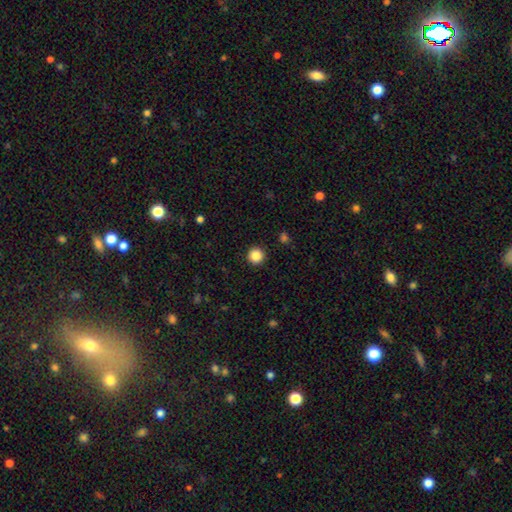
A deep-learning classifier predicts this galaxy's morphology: Q: Smooth or featured?
A: smooth (86%); runner-up: star or artifact (11%)
Q: How rounded?
A: round (96%); runner-up: in between (4%)
Q: Merging?
A: none (93%); runner-up: minor disturbance (4%)